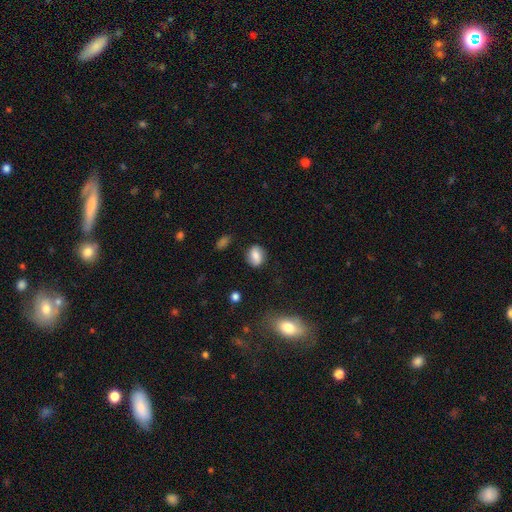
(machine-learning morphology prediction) type=smooth (75%); roundness=in between (64%); merging=none (80%).